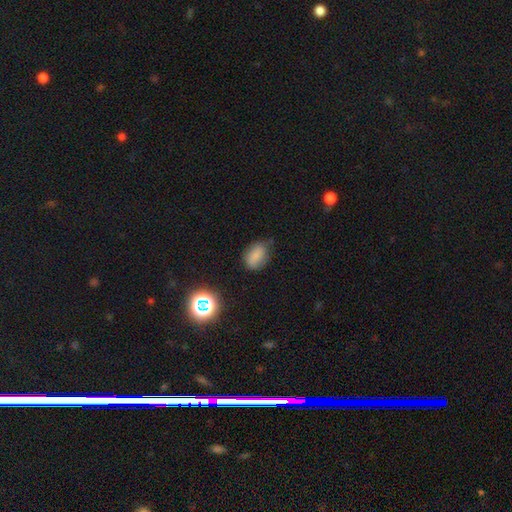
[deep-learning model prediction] smooth 78%, star or artifact 14%, featured or disk 9%. Down the decision tree: how rounded — in between (81%); merging — none (62%).